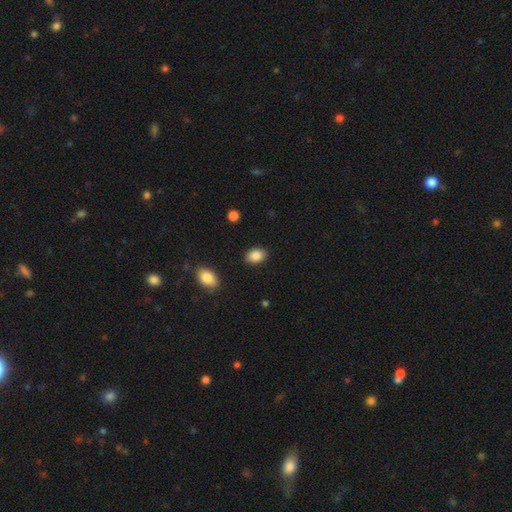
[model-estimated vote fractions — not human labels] This appears to be a smooth galaxy with no disk features (87%) that is in between round and cigar-shaped (81%). Merging: none (88%).